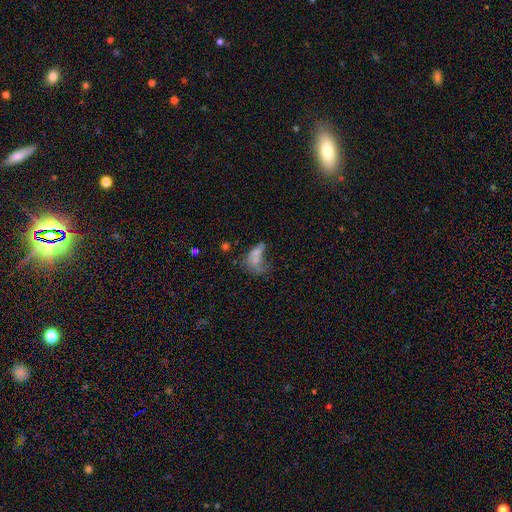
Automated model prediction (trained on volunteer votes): A smooth galaxy with no disk features (50%) that is in between round and cigar-shaped (82%).

Vote fractions:
- Smooth or featured? smooth: 50% / featured or disk: 34% / star or artifact: 15%
- How rounded? in between: 82% / round: 13% / cigar-shaped: 5%
- Merging? major disturbance: 34% (tied) / merger: 34% (tied) / none: 18% / minor disturbance: 14%